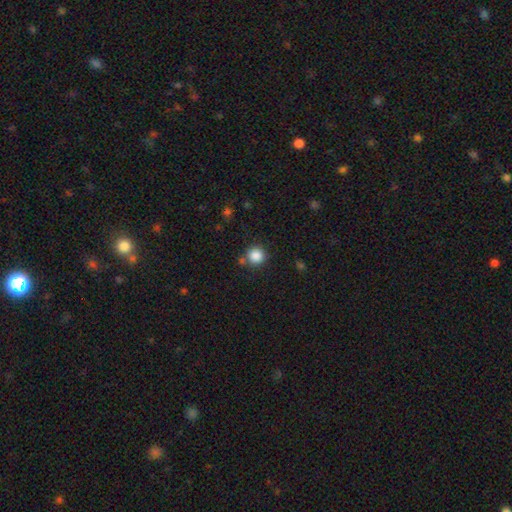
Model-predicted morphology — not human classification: Q: Smooth or featured?
A: smooth (86%); runner-up: star or artifact (10%)
Q: How rounded?
A: round (91%); runner-up: in between (8%)
Q: Merging?
A: none (79%); runner-up: minor disturbance (10%)